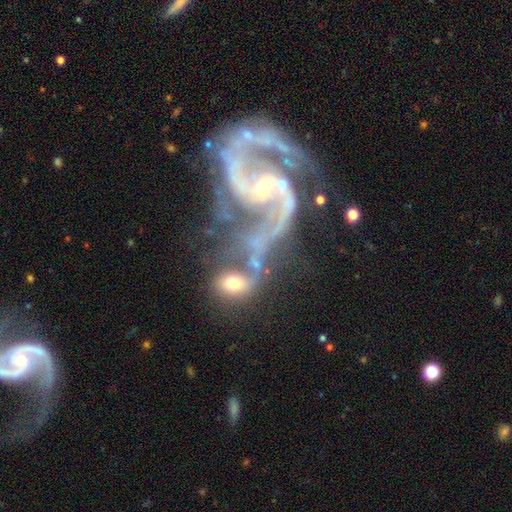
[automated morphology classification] This appears to be a featured or disk galaxy (79%) with no bar (44%), 2 (86%) loose (46%) spiral arms (92%) and a small central bulge (62%). Merging: merger (35%).